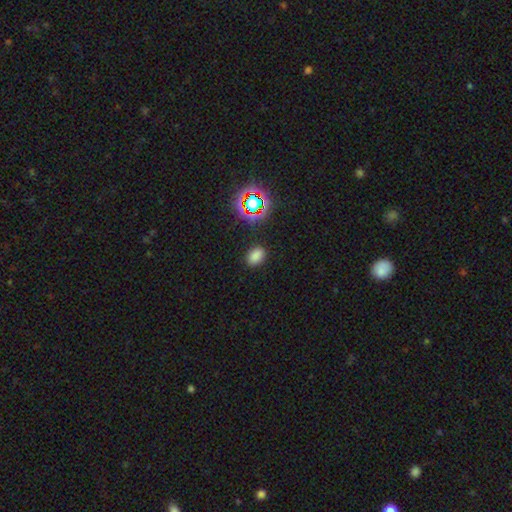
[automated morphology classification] type=smooth (75%); roundness=in between (81%); merging=none (86%).